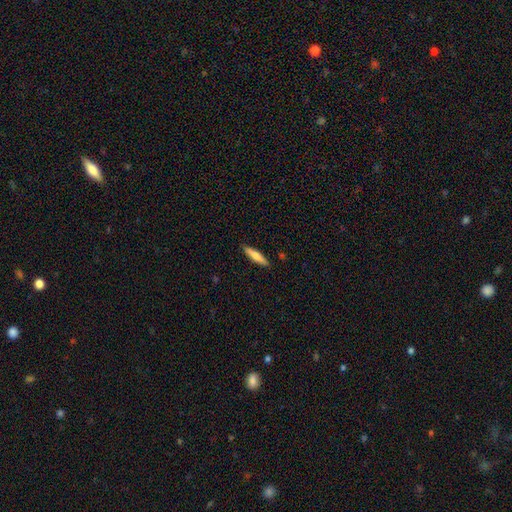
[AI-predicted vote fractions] Overall: smooth (67%). How rounded: cigar-shaped (83%). Merging: none (90%).